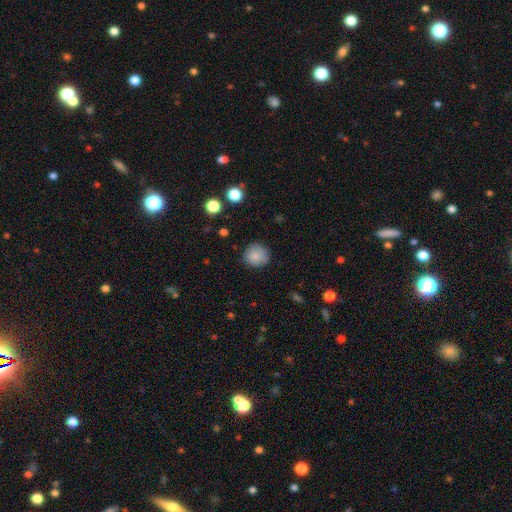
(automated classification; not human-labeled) The model was most divided on "merging": none: 85%, minor disturbance: 11%, major disturbance: 3%, merger: 1%. More confident: how rounded — round (91%); smooth or featured — smooth (86%).